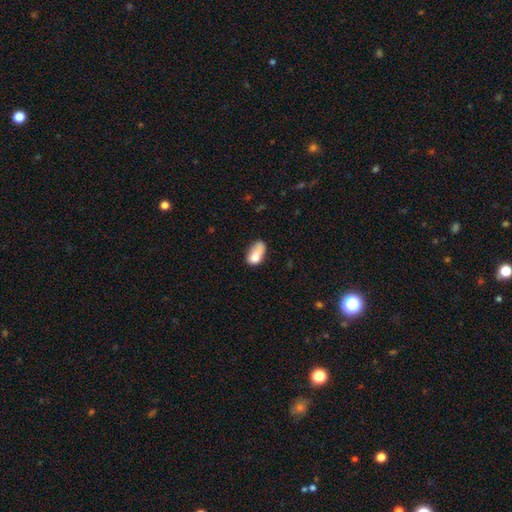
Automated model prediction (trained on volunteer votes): A smooth galaxy with no disk features (73%) that is in between round and cigar-shaped (88%).

Vote fractions:
- Smooth or featured? smooth: 73% / featured or disk: 18% / star or artifact: 9%
- How rounded? in between: 88% / round: 8% / cigar-shaped: 4%
- Merging? none: 32% / minor disturbance: 27% / merger: 24% / major disturbance: 17%